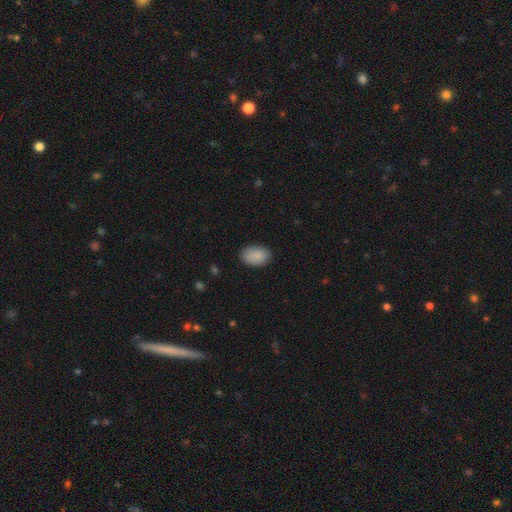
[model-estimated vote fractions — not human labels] Smooth or featured?
  - smooth: 90% *
  - star or artifact: 7%
  - featured or disk: 4%
How rounded?
  - in between: 88% *
  - round: 11%
  - cigar-shaped: 1%
Merging?
  - none: 86% *
  - minor disturbance: 10%
  - major disturbance: 2%
  - merger: 1%